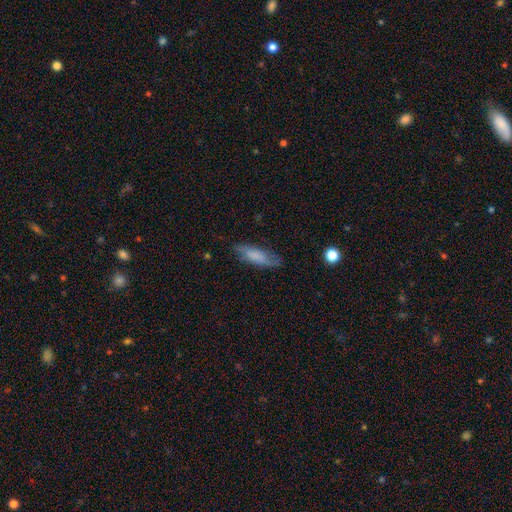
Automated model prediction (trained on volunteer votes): Morphology: type=smooth (67%); roundness=in between (53%); merging=none (73%).